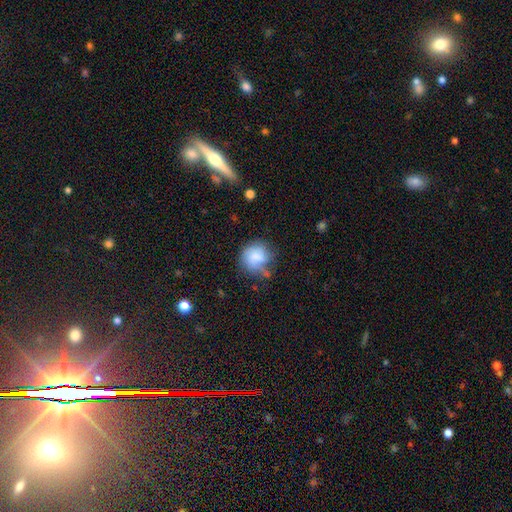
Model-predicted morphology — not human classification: smooth_or_featured: smooth (p=0.71) [alt: featured or disk p=0.20]
how_rounded: round (p=0.78) [alt: in between p=0.21]
merging: none (p=0.46) [alt: minor disturbance p=0.30]